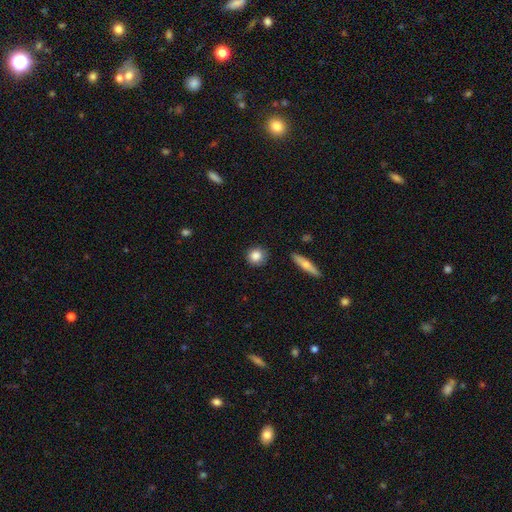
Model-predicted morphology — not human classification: The model was most divided on "smooth or featured": smooth: 84%, star or artifact: 8%, featured or disk: 8%. More confident: merging — none (88%); how rounded — round (87%).